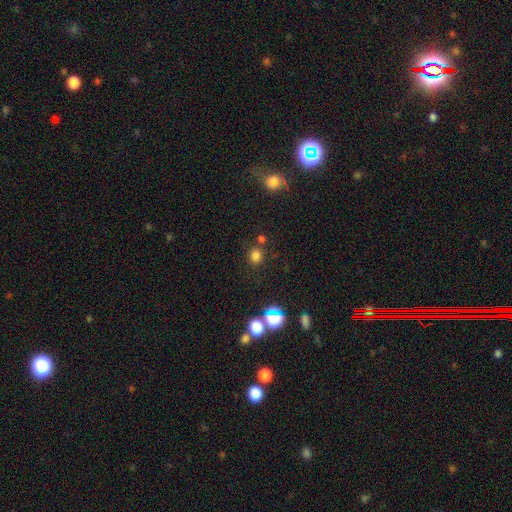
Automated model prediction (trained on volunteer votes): Smooth or featured? smooth (74%)
How rounded? round (76%)
Merging? none (76%)